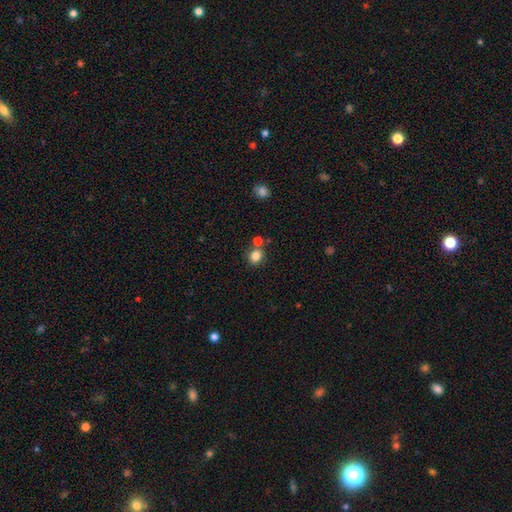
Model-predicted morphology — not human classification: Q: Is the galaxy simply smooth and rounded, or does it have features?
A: smooth — 83%.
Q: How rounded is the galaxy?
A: round — 74%.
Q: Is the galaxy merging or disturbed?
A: none — 69%.